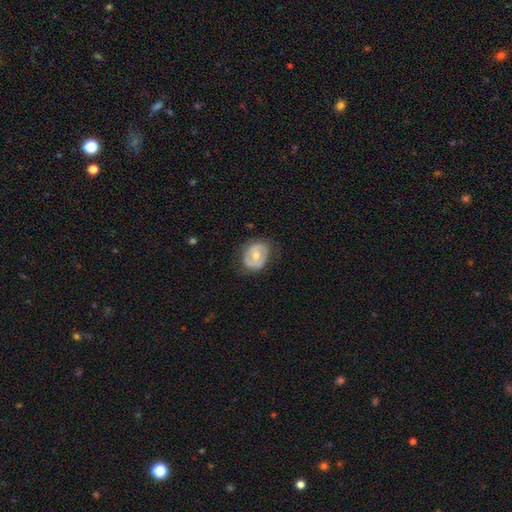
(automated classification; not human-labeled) A smooth galaxy with no disk features (48%). Merging: none (71%).